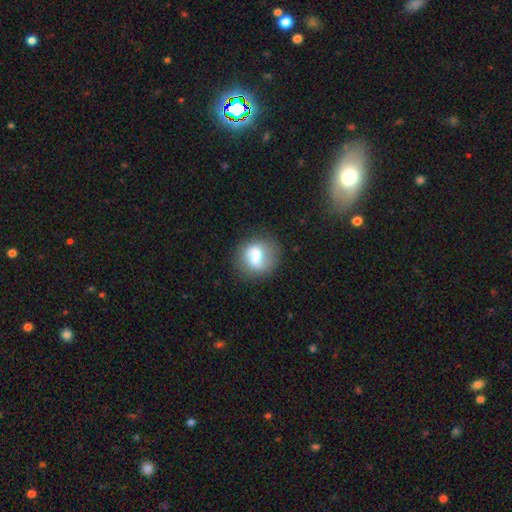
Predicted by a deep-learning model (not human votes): Smooth or featured? Predicted: smooth (p=0.61). How rounded? Predicted: round (p=0.73). Merging? Predicted: none (p=0.66).